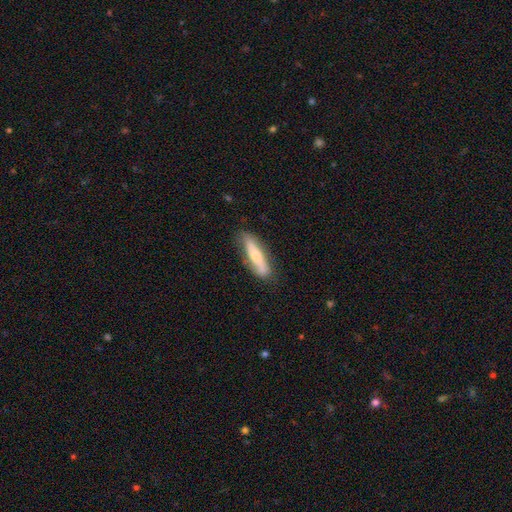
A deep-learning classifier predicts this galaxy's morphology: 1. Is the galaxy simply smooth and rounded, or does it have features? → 48% featured or disk, 46% smooth, 6% star or artifact.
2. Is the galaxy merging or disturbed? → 81% none, 15% minor disturbance, 3% major disturbance, 1% merger.